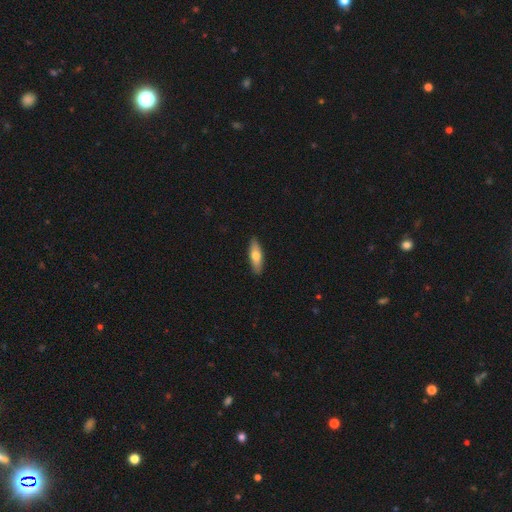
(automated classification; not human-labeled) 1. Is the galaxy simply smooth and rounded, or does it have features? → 66% smooth, 29% featured or disk, 6% star or artifact.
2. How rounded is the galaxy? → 50% cigar-shaped, 48% in between, 2% round.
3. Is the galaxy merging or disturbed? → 90% none, 8% minor disturbance, 2% major disturbance, 1% merger.